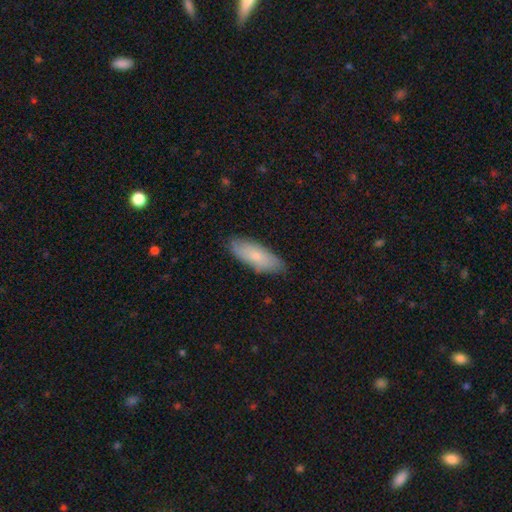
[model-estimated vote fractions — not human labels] Smooth or featured: smooth — 73% (featured or disk — 21%)
How rounded: in between — 70% (cigar-shaped — 28%)
Merging: none — 84% (minor disturbance — 13%)